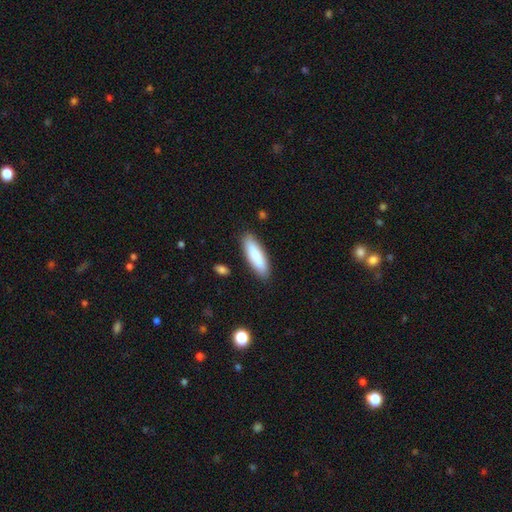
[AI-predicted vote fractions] smooth-or-featured: smooth: 84% | featured or disk: 11% | star or artifact: 5%
  how-rounded: cigar-shaped: 60% | in between: 38% | round: 1%
  merging: none: 87% | minor disturbance: 9% | major disturbance: 2% | merger: 2%